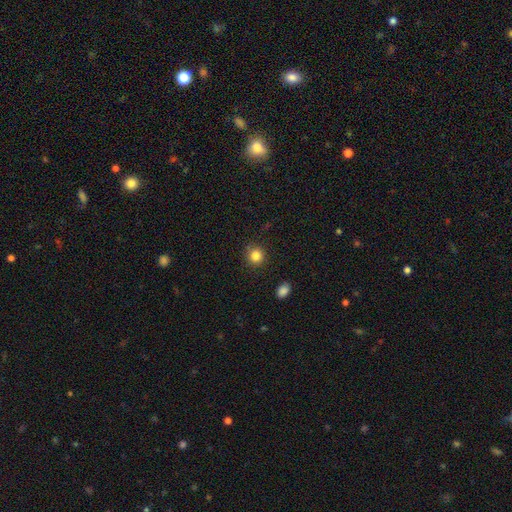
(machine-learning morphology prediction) Smooth or featured?
  - smooth: 84% *
  - star or artifact: 11%
  - featured or disk: 5%
How rounded?
  - round: 91% *
  - in between: 8%
  - cigar-shaped: 1%
Merging?
  - none: 89% *
  - minor disturbance: 8%
  - major disturbance: 2%
  - merger: 1%